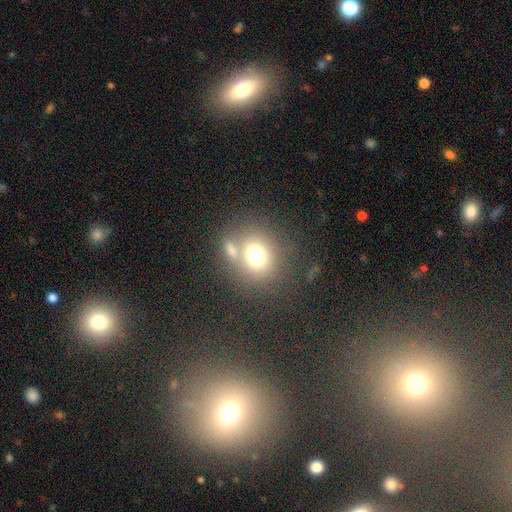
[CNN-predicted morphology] Smooth or featured? smooth (72%)
How rounded? round (75%)
Merging? none (58%)